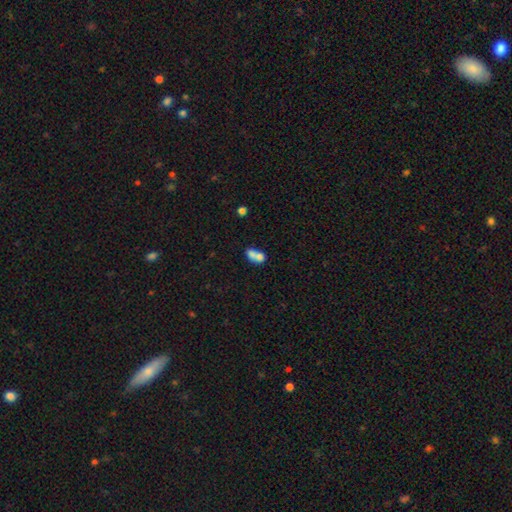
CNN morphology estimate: Overall: smooth (70%). How rounded: in between (64%; round 34%). Merging: merger (70%).